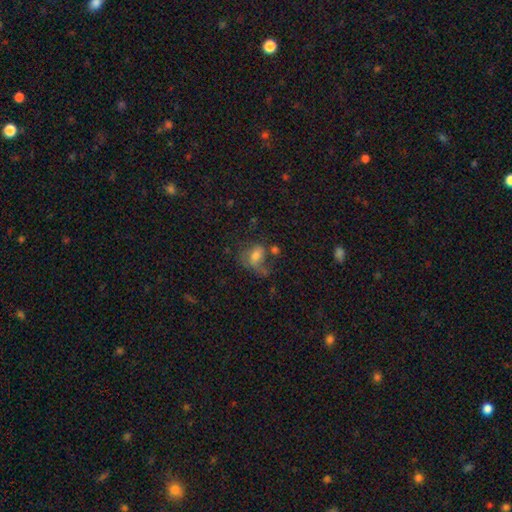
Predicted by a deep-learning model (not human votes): smooth-or-featured: smooth: 50% | featured or disk: 35% | star or artifact: 14%
  how-rounded: in between: 72% | round: 26% | cigar-shaped: 2%
  merging: none: 34% | major disturbance: 33% | minor disturbance: 21% | merger: 11%